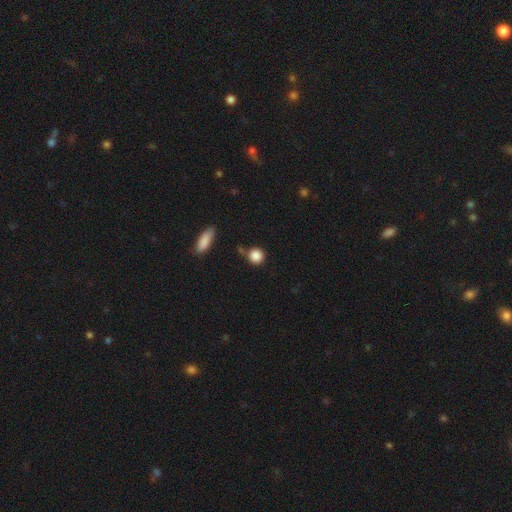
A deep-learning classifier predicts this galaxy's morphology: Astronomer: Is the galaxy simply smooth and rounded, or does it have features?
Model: smooth — 86%.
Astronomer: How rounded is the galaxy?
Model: round — 88%.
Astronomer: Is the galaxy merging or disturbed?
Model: none — 72%.